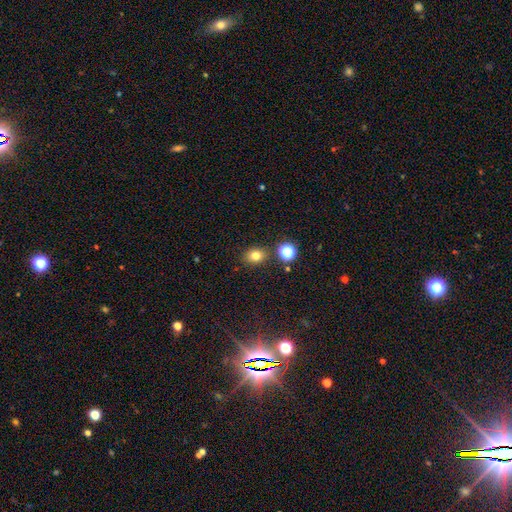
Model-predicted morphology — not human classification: type=smooth (78%); roundness=in between (52%); merging=none (83%).